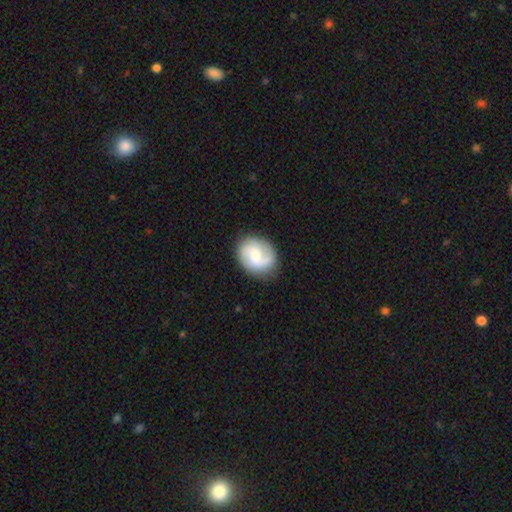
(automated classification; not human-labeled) Smooth or featured? featured or disk (64%)
Edge-on disk? no (98%)
Bar? no (49%)
Spiral arms? yes (93%)
Spiral winding? medium (46%)
Spiral arm count? 2 (69%)
Bulge size? moderate (43%)
Merging? none (78%)